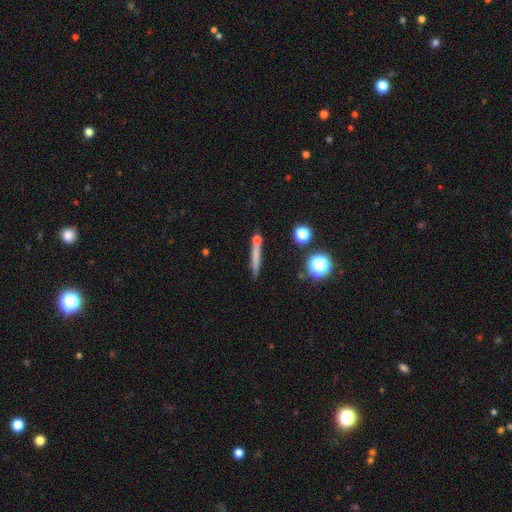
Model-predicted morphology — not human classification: smooth 60%, featured or disk 28%, star or artifact 12%. Down the decision tree: how rounded — cigar-shaped (88%); merging — none (73%).